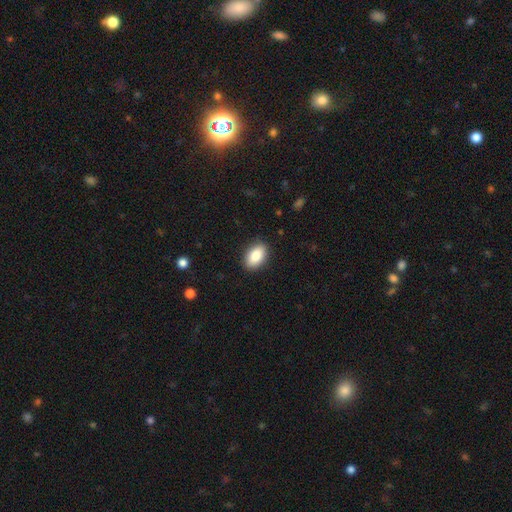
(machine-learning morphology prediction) Overall: smooth (86%). How rounded: in between (91%). Merging: none (89%).